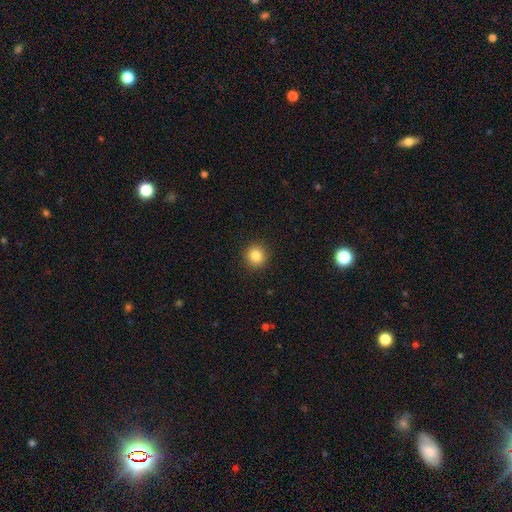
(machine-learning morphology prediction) Q: Smooth or featured?
A: smooth (84%); runner-up: star or artifact (11%)
Q: How rounded?
A: round (91%); runner-up: in between (8%)
Q: Merging?
A: none (92%); runner-up: minor disturbance (5%)